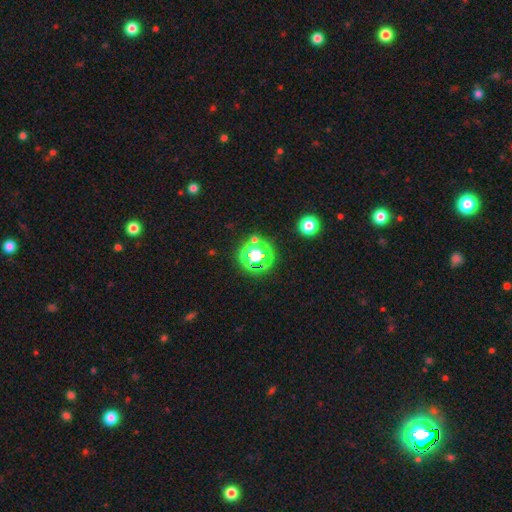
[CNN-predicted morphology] Smooth or featured? star or artifact (53%)